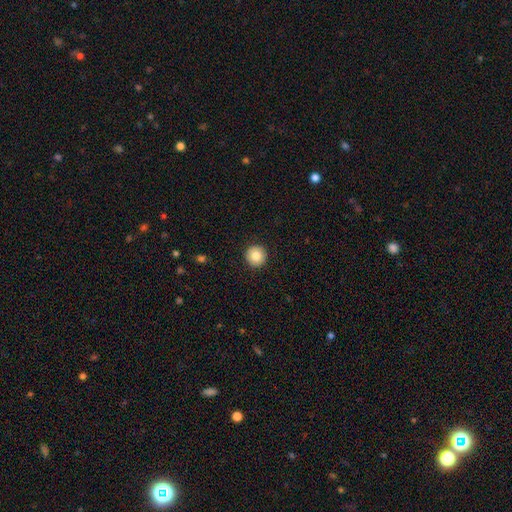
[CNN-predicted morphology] Smooth or featured: smooth — 84% (star or artifact — 8%)
How rounded: round — 96% (in between — 3%)
Merging: none — 93% (minor disturbance — 5%)